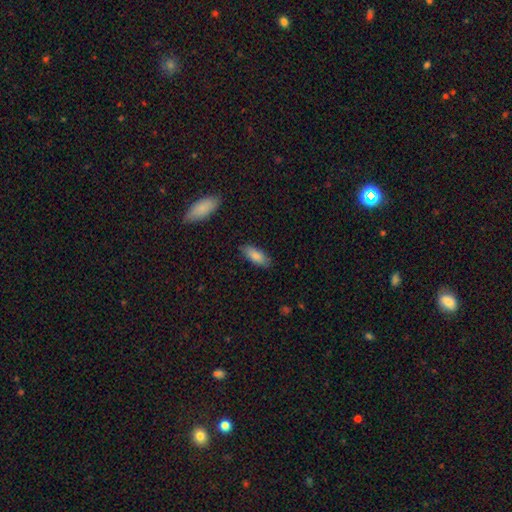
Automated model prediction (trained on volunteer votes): This is clearly a smooth galaxy (84%). How rounded: likely in between (74%). Merging: clearly none (85%).